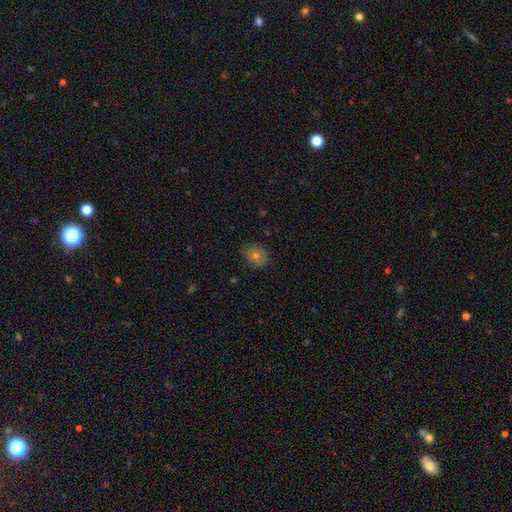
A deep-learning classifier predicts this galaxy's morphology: A smooth galaxy with no disk features (67%) that is in between round and cigar-shaped (51%). Merging: none (80%).